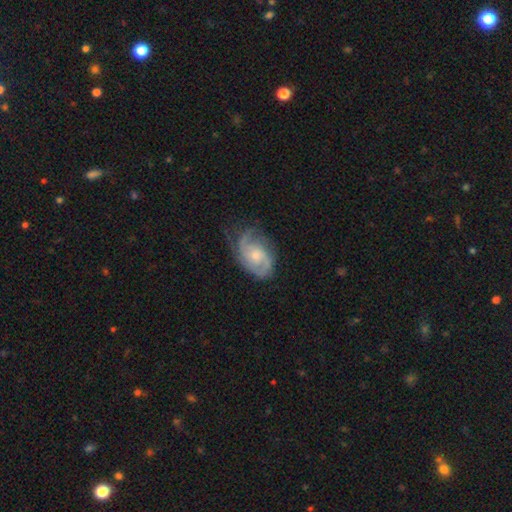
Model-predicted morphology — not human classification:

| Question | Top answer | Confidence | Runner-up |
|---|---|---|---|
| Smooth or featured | featured or disk | 82% | smooth (13%) |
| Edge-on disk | no | 97% | yes (3%) |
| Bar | no | 66% | weak (30%) |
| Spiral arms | yes | 95% | no (5%) |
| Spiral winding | medium | 47% | tight (35%) |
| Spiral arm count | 2 | 60% | 3 (15%) |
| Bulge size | small | 51% | moderate (41%) |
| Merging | none | 60% | minor disturbance (26%) |